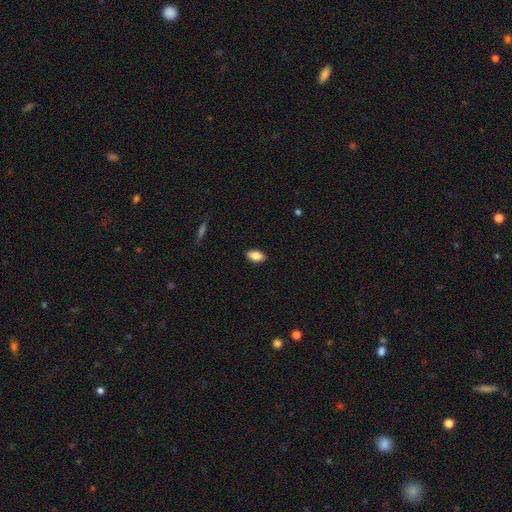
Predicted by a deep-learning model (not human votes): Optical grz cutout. It shows a smooth galaxy with no disk features (85%) that is in between round and cigar-shaped (92%). Merging: none (89%).